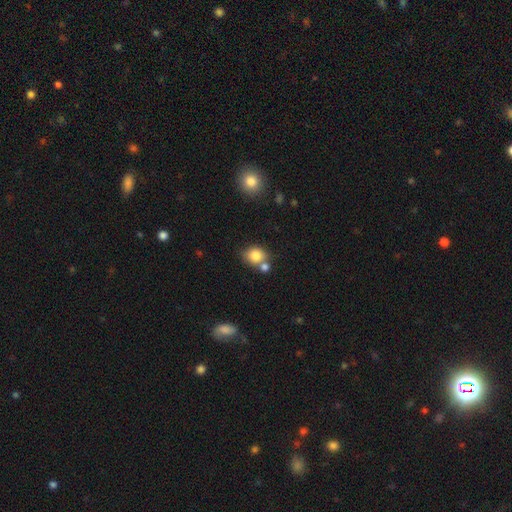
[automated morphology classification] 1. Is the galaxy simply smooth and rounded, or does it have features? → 82% smooth, 10% star or artifact, 8% featured or disk.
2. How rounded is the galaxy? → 61% round, 37% in between, 1% cigar-shaped.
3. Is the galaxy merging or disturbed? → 55% none, 28% merger, 13% minor disturbance, 4% major disturbance.